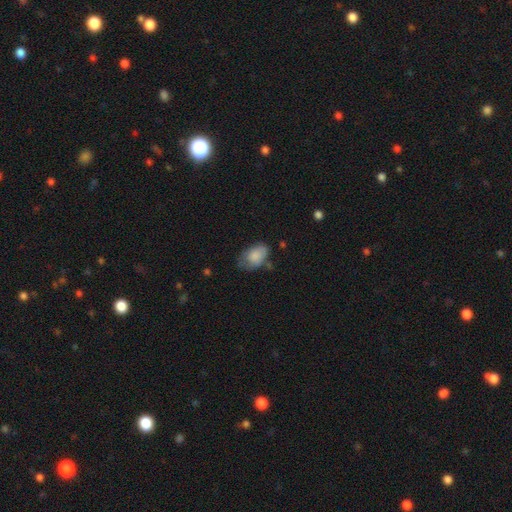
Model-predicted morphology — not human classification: Overall: smooth (82%). How rounded: in between (89%). Merging: none (52%; minor disturbance 33%).